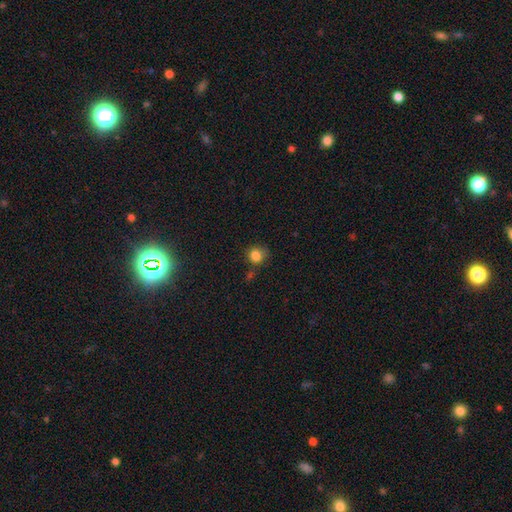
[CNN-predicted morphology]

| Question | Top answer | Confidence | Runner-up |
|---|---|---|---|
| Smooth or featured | smooth | 82% | star or artifact (12%) |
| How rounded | round | 80% | in between (19%) |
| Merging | none | 64% | minor disturbance (22%) |